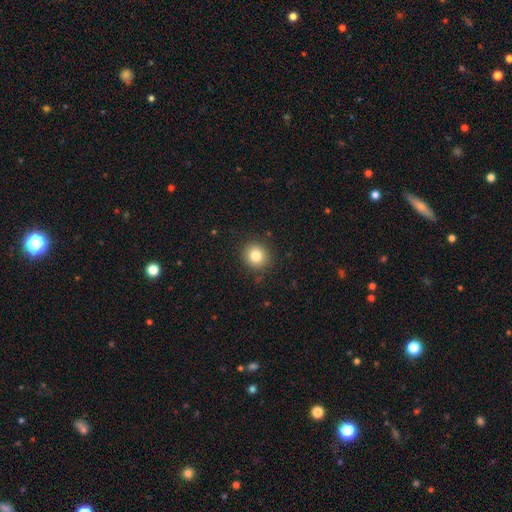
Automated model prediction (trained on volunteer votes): Smooth or featured: smooth — 81% (star or artifact — 11%)
How rounded: round — 88% (in between — 11%)
Merging: none — 88% (minor disturbance — 8%)